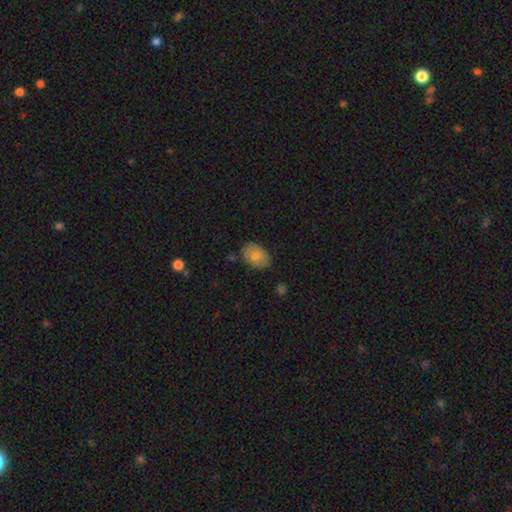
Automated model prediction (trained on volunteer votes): This appears to be a smooth galaxy with no disk features (73%) that is in between round and cigar-shaped (82%). Merging: none (74%).